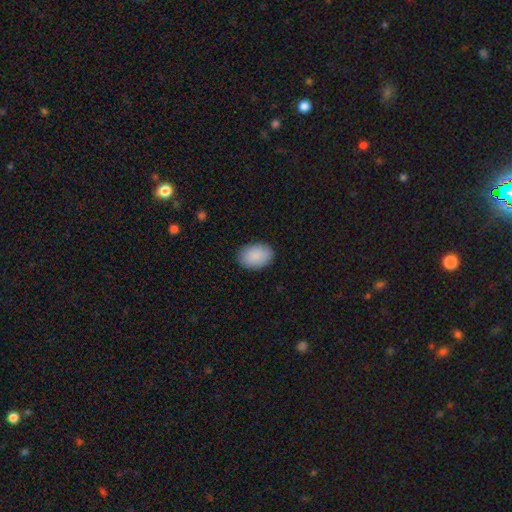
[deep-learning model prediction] smooth-or-featured: smooth: 90% | star or artifact: 6% | featured or disk: 3%
  how-rounded: in between: 85% | round: 14% | cigar-shaped: 1%
  merging: none: 88% | minor disturbance: 9% | major disturbance: 2% | merger: 1%